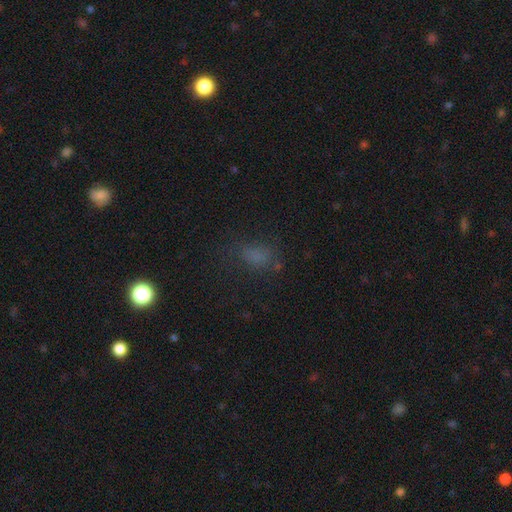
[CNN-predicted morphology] This appears to be a smooth galaxy with no disk features (66%) that is in between round and cigar-shaped (74%). Merging: none (62%).